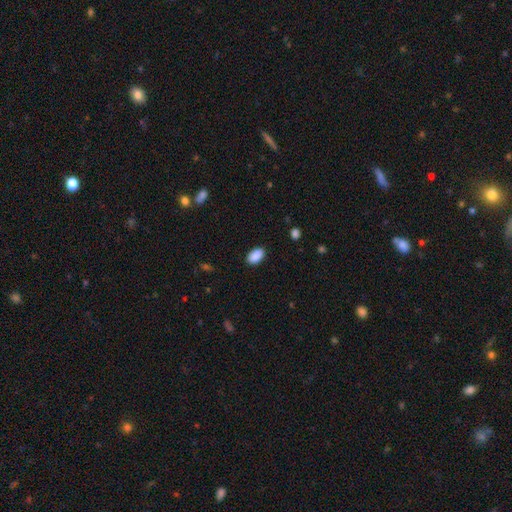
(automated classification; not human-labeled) This appears to be a smooth galaxy with no disk features (90%) that is in between round and cigar-shaped (92%). Merging: none (88%).